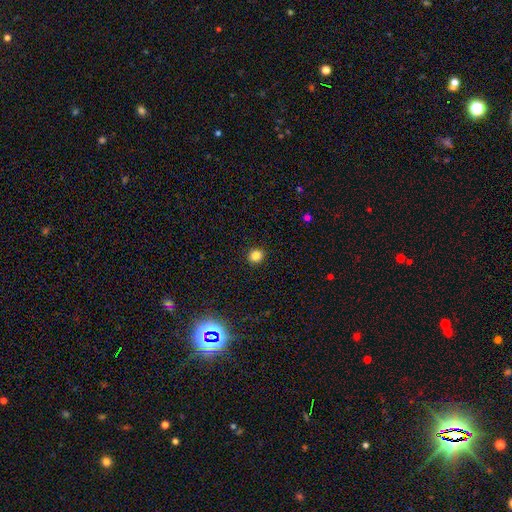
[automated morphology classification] A smooth galaxy with no disk features (84%) that is round (86%).

Vote fractions:
- Smooth or featured? smooth: 84% / star or artifact: 12% / featured or disk: 4%
- How rounded? round: 86% / in between: 13% / cigar-shaped: 1%
- Merging? none: 92% / minor disturbance: 5% / major disturbance: 2% / merger: 1%